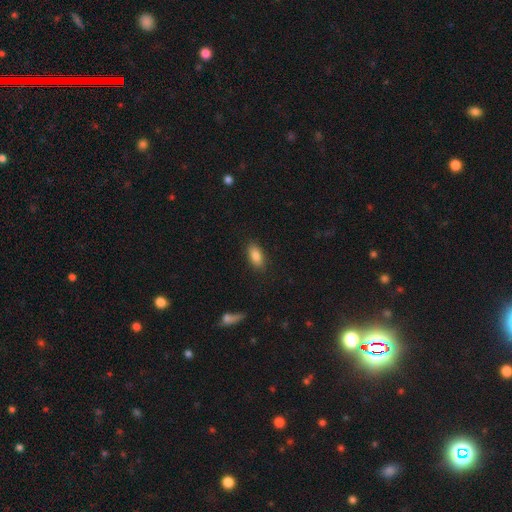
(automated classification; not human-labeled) Smooth or featured? smooth (86%)
How rounded? in between (89%)
Merging? none (86%)